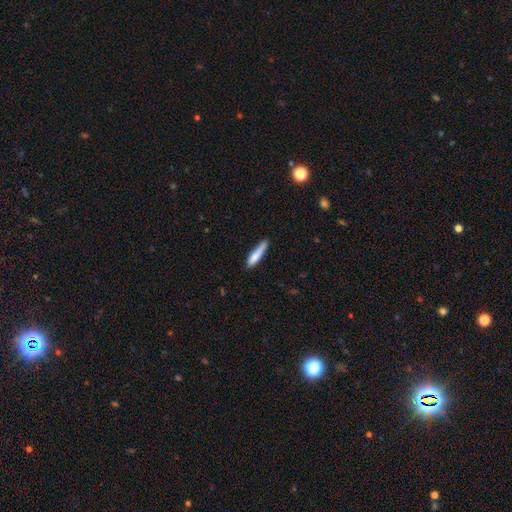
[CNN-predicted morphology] Smooth or featured? smooth (80%)
How rounded? cigar-shaped (85%)
Merging? none (71%)